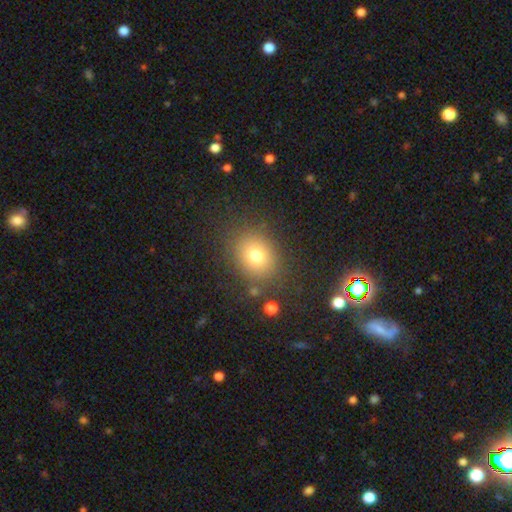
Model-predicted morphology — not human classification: Overall: smooth (74%). How rounded: round (64%; in between 35%). Merging: none (82%).